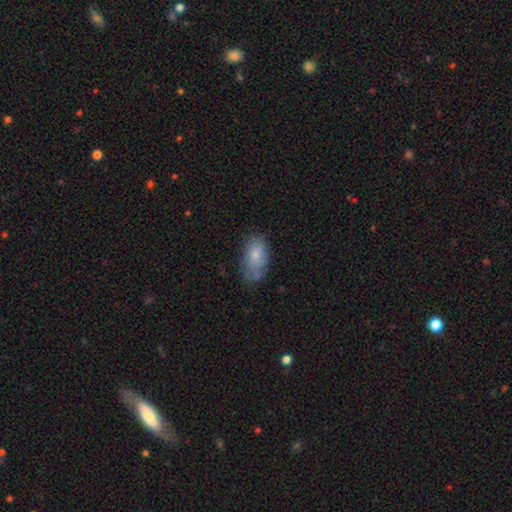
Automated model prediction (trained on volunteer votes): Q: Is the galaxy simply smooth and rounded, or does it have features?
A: smooth — 70%.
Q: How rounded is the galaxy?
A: in between — 92%.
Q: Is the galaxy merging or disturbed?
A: none — 53%.